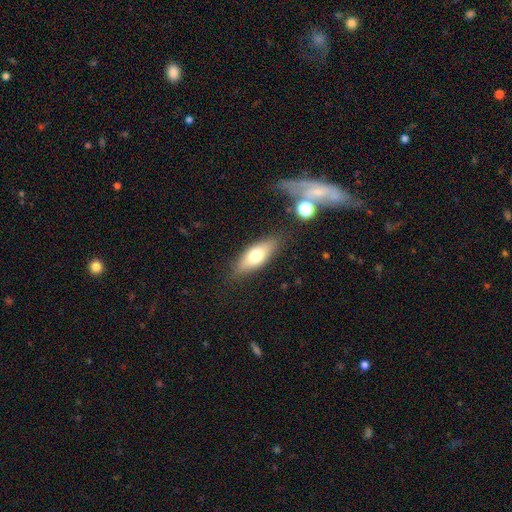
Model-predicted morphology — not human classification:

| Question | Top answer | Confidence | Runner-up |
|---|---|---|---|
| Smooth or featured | smooth | 68% | featured or disk (25%) |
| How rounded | in between | 70% | cigar-shaped (27%) |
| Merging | none | 82% | minor disturbance (13%) |